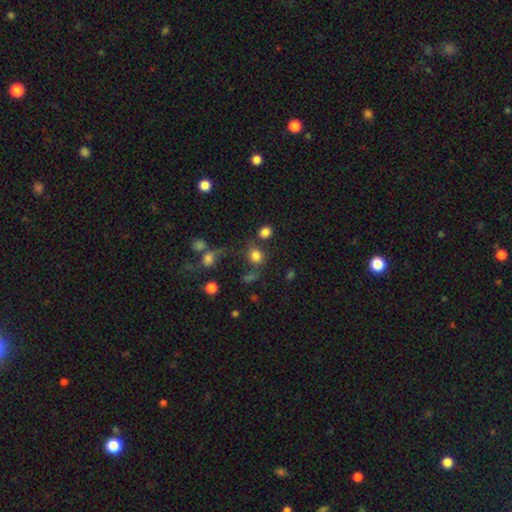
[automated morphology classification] smooth 79%, star or artifact 14%, featured or disk 7%. Down the decision tree: how rounded — round (76%); merging — none (61%).